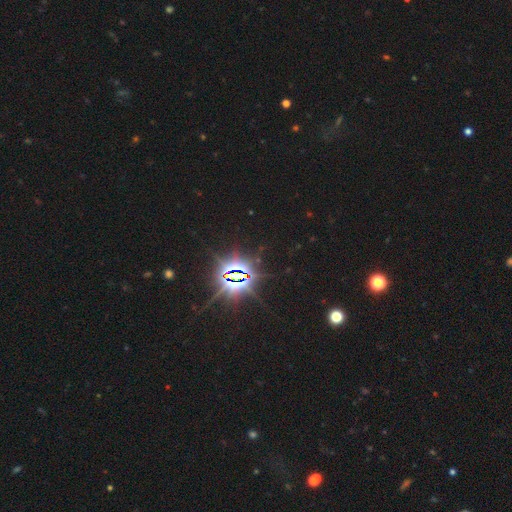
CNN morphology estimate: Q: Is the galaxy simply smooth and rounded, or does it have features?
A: star or artifact — 86%.